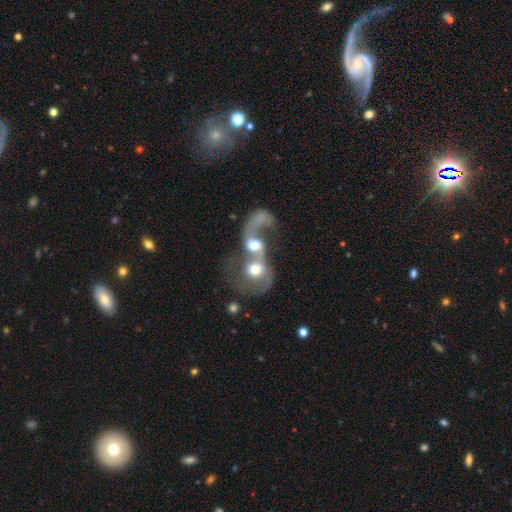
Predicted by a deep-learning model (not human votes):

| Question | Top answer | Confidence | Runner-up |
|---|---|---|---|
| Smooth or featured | featured or disk | 66% | smooth (22%) |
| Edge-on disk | no | 96% | yes (4%) |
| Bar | no | 69% | weak (23%) |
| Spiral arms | yes | 76% | no (24%) |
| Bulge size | moderate | 62% | small (18%) |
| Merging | merger | 75% | none (11%) |